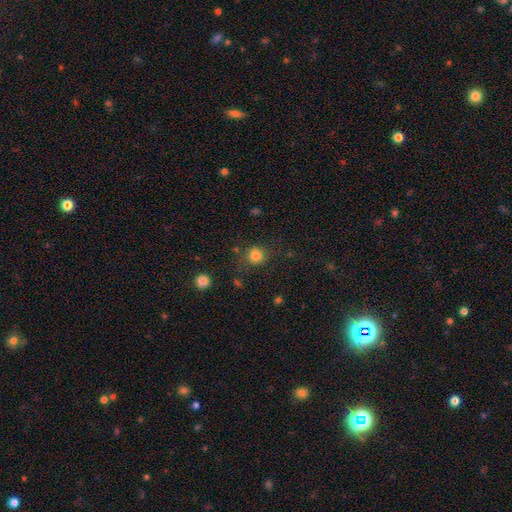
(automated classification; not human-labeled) smooth-or-featured: smooth: 79% | star or artifact: 14% | featured or disk: 7%
  how-rounded: round: 79% | in between: 20% | cigar-shaped: 1%
  merging: none: 67% | minor disturbance: 18% | merger: 8% | major disturbance: 7%